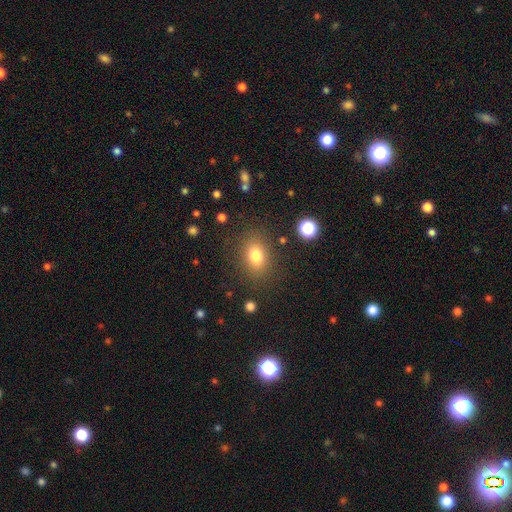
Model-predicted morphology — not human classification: Overall: smooth (79%). How rounded: in between (68%; round 30%). Merging: none (83%).